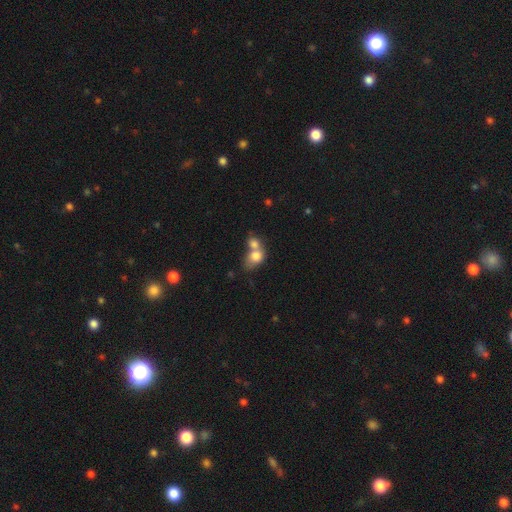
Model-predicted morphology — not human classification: A smooth galaxy with no disk features (77%) that is in between round and cigar-shaped (58%).

Vote fractions:
- Smooth or featured? smooth: 77% / featured or disk: 14% / star or artifact: 9%
- How rounded? in between: 58% / round: 41% / cigar-shaped: 2%
- Merging? merger: 70% / none: 18% / minor disturbance: 7% / major disturbance: 5%